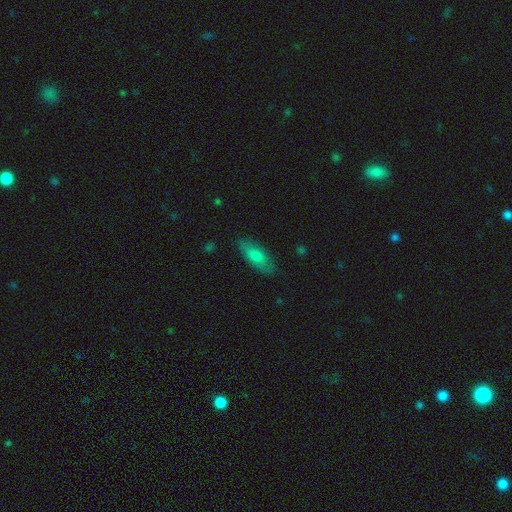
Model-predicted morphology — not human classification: type=smooth (72%); roundness=in between (78%); merging=none (80%).